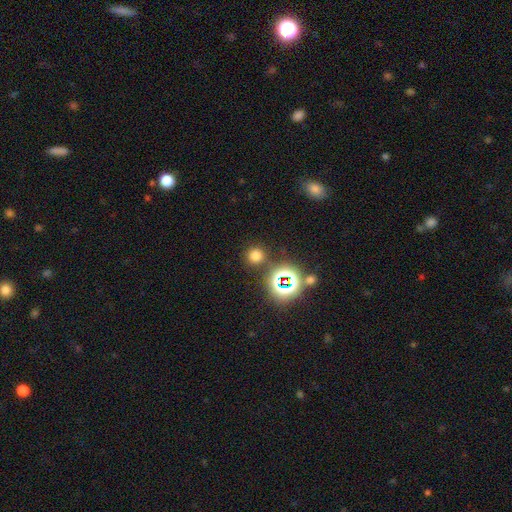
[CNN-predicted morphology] Q: Smooth or featured?
A: smooth (68%); runner-up: star or artifact (26%)
Q: How rounded?
A: round (92%); runner-up: in between (7%)
Q: Merging?
A: none (83%); runner-up: minor disturbance (8%)